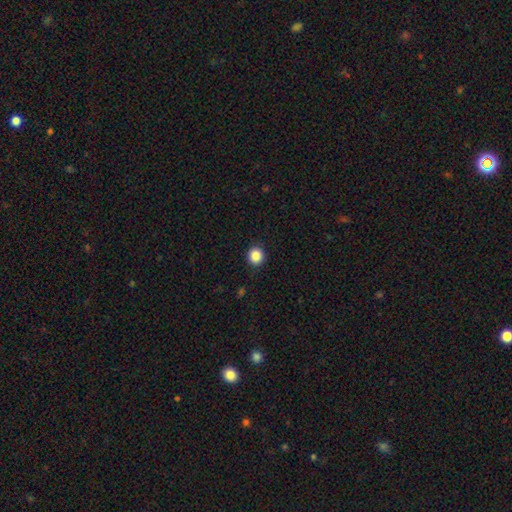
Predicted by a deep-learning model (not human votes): Smooth or featured?
  - smooth: 86% *
  - star or artifact: 10%
  - featured or disk: 4%
How rounded?
  - round: 91% *
  - in between: 8%
  - cigar-shaped: 1%
Merging?
  - none: 92% *
  - minor disturbance: 6%
  - major disturbance: 2%
  - merger: 1%